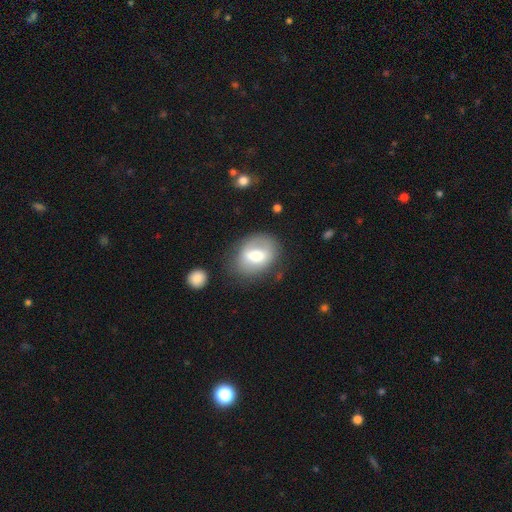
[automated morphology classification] This is possibly a smooth galaxy (58%). How rounded: likely in between (62%). Merging: likely none (70%).